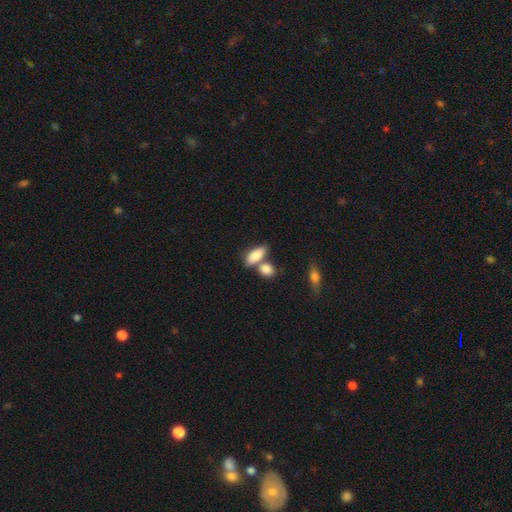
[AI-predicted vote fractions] Smooth or featured?
  - smooth: 82% *
  - featured or disk: 11%
  - star or artifact: 6%
How rounded?
  - in between: 80% *
  - cigar-shaped: 15%
  - round: 5%
Merging?
  - none: 47% *
  - merger: 38%
  - minor disturbance: 11%
  - major disturbance: 4%